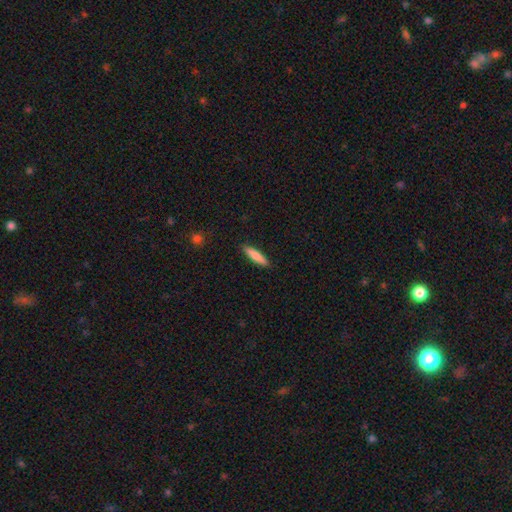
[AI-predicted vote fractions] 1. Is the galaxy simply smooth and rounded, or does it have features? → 81% smooth, 13% featured or disk, 5% star or artifact.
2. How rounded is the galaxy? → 82% cigar-shaped, 17% in between, 1% round.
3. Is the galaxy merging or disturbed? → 90% none, 7% minor disturbance, 2% major disturbance, 1% merger.